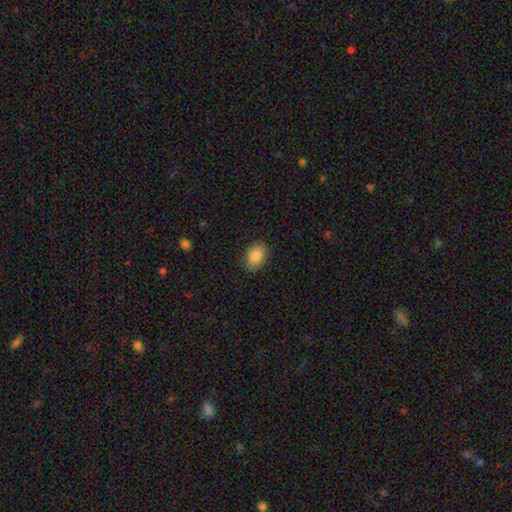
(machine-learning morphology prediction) Smooth or featured? smooth (85%)
How rounded? in between (72%)
Merging? none (84%)